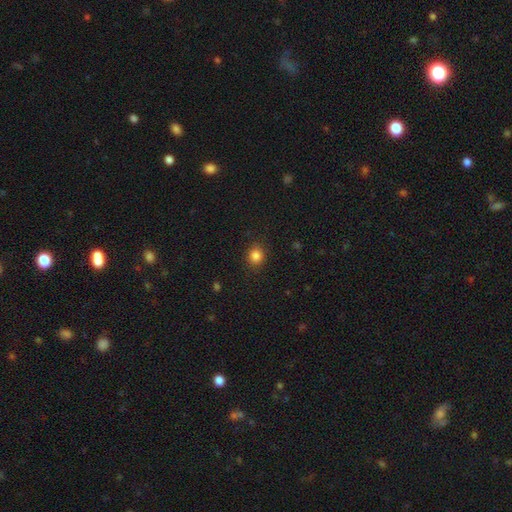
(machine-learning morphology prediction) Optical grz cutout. It shows a smooth galaxy with no disk features (85%) that is round (78%). Merging: none (89%).